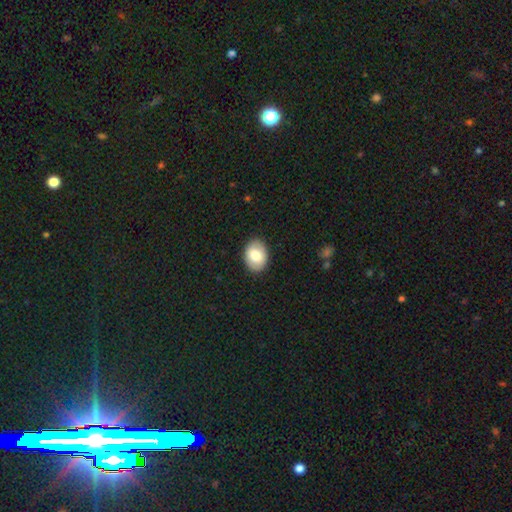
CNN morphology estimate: This is likely a smooth galaxy (76%). How rounded: likely in between (72%). Merging: clearly none (88%).